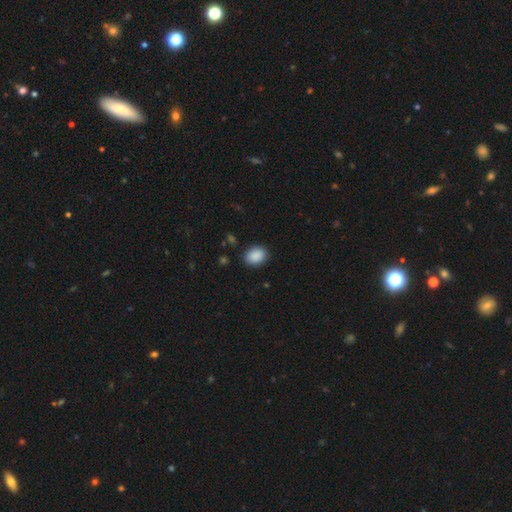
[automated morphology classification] A smooth galaxy with no disk features (90%) that is in between round and cigar-shaped (69%).

Vote fractions:
- Smooth or featured? smooth: 90% / star or artifact: 8% / featured or disk: 3%
- How rounded? in between: 69% / round: 30% / cigar-shaped: 1%
- Merging? none: 87% / minor disturbance: 9% / major disturbance: 2% / merger: 1%